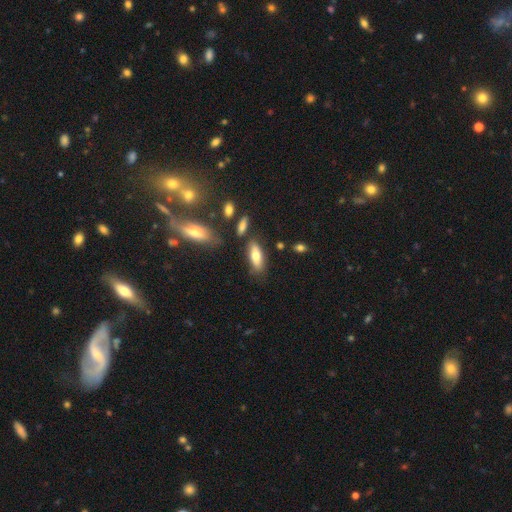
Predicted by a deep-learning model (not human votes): Morphology: type=smooth (72%); roundness=in between (71%); merging=none (74%).